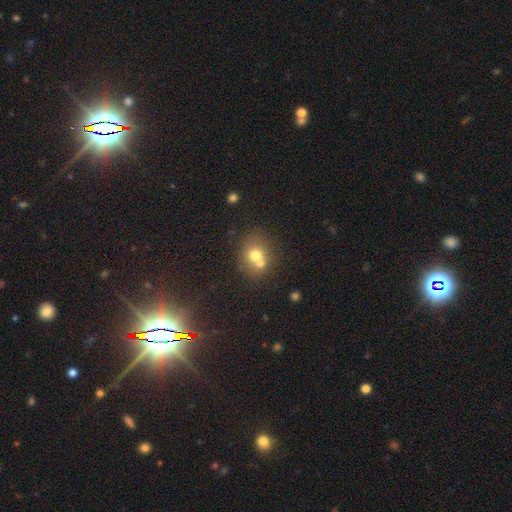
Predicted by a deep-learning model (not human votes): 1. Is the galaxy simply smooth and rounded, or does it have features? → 68% smooth, 19% featured or disk, 13% star or artifact.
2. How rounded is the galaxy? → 77% round, 22% in between, 1% cigar-shaped.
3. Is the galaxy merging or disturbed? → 47% none, 40% merger, 10% minor disturbance, 4% major disturbance.